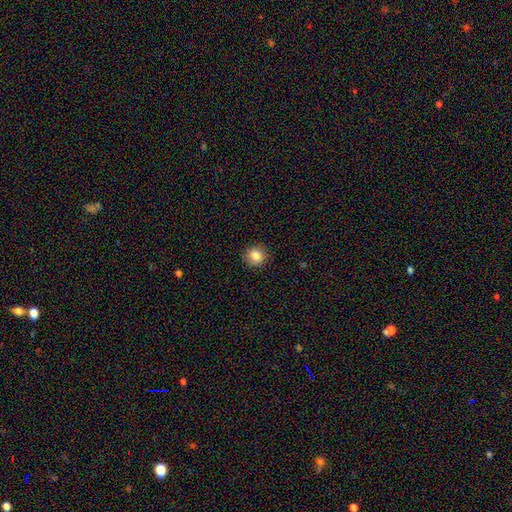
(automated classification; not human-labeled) Overall: smooth (85%). How rounded: round (90%). Merging: none (91%).